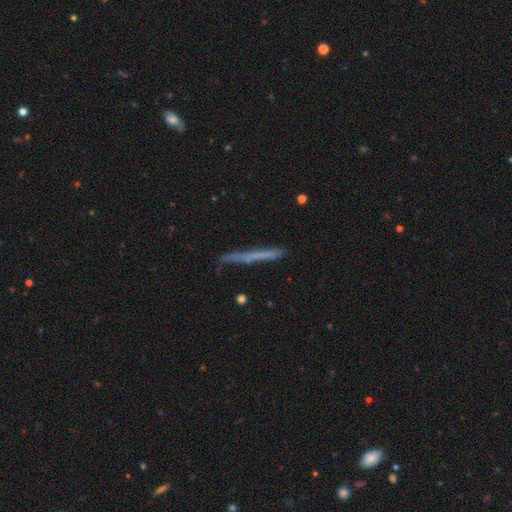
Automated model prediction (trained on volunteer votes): This appears to be a smooth galaxy with no disk features (51%) that is cigar-shaped (97%). Merging: none (81%).